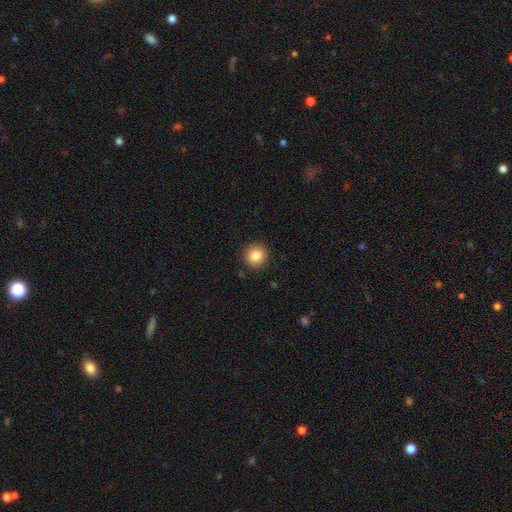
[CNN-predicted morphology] Q: Smooth or featured?
A: smooth (85%); runner-up: star or artifact (10%)
Q: How rounded?
A: round (90%); runner-up: in between (9%)
Q: Merging?
A: none (91%); runner-up: minor disturbance (6%)